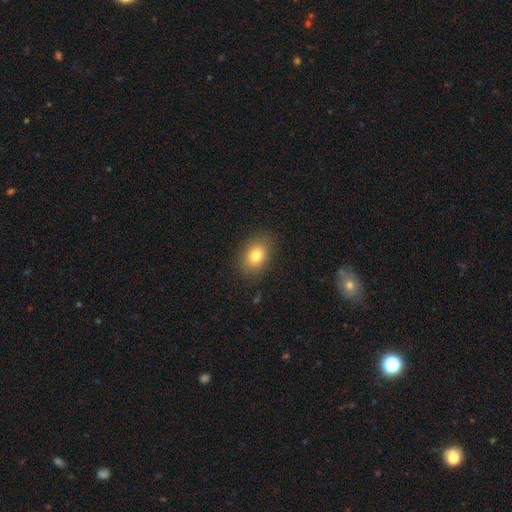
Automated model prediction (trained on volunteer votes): A smooth galaxy with no disk features (79%) that is in between round and cigar-shaped (75%). Merging: none (86%).